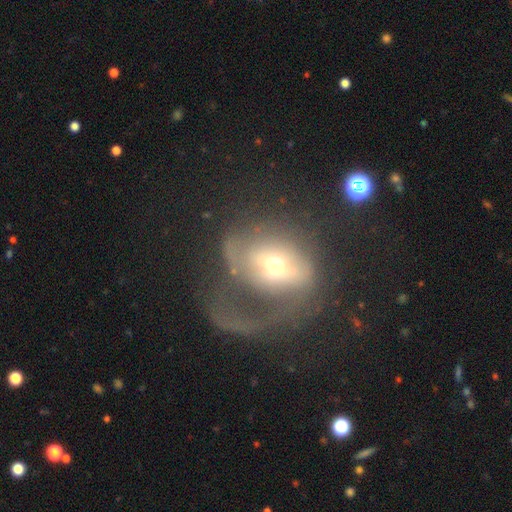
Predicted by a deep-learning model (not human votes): featured or disk 65%, smooth 25%, star or artifact 10%. Down the decision tree: edge-on disk — no (95%); bar — no (55%); spiral arms — yes (60%); bulge size — moderate (61%); merging — major disturbance (58%).